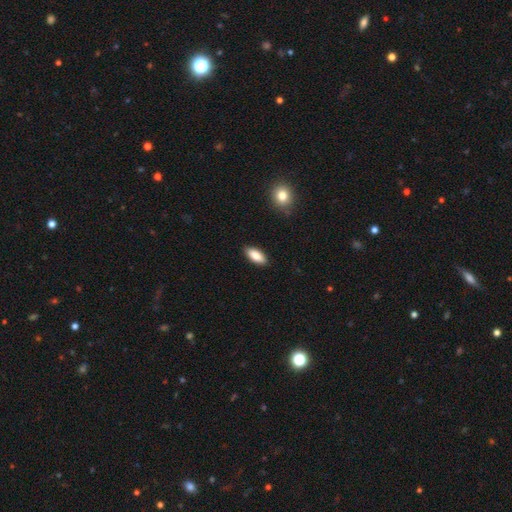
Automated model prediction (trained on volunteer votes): Q: Smooth or featured?
A: smooth (86%); runner-up: featured or disk (7%)
Q: How rounded?
A: in between (84%); runner-up: cigar-shaped (14%)
Q: Merging?
A: none (88%); runner-up: minor disturbance (9%)